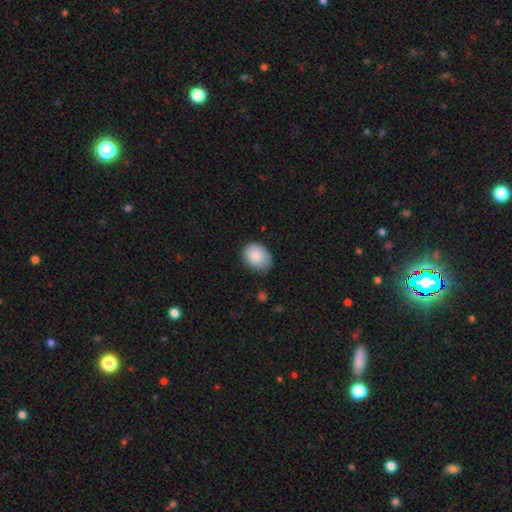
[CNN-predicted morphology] smooth-or-featured: smooth: 84% | featured or disk: 8% | star or artifact: 7%
  how-rounded: in between: 64% | round: 35% | cigar-shaped: 1%
  merging: none: 72% | minor disturbance: 23% | major disturbance: 4% | merger: 1%